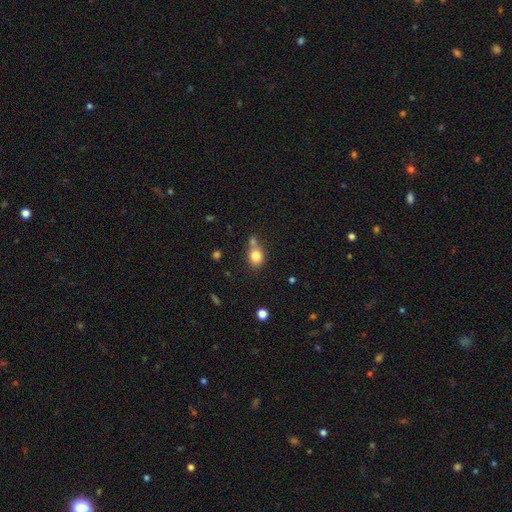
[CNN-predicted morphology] Overall: smooth (81%). How rounded: round (51%; in between 48%). Merging: none (51%; merger 29%).